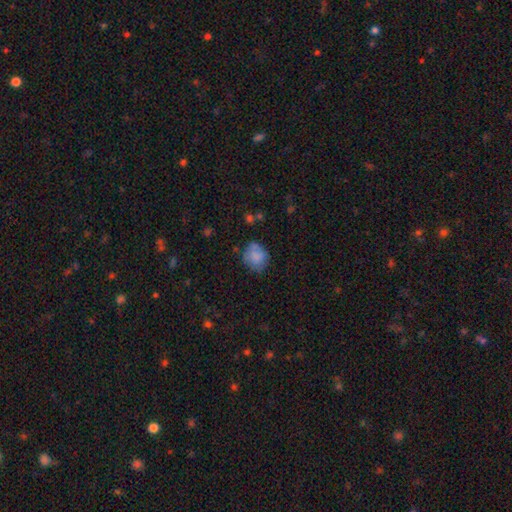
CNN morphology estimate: Overall: smooth (76%). How rounded: round (72%). Merging: none (60%; minor disturbance 26%).